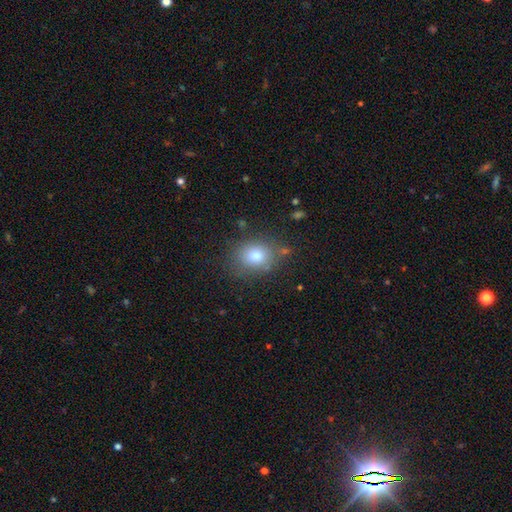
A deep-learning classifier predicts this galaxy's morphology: The model was most divided on "how rounded": round: 57%, in between: 42%, cigar-shaped: 1%. More confident: smooth or featured — smooth (79%); merging — none (77%).